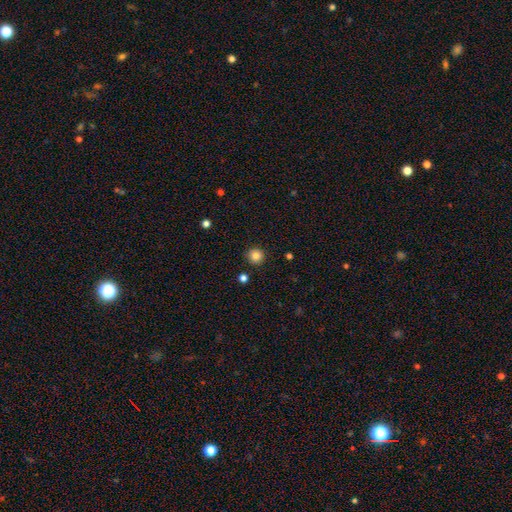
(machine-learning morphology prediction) This is clearly a smooth galaxy (84%). How rounded: clearly round (95%). Merging: clearly none (91%).